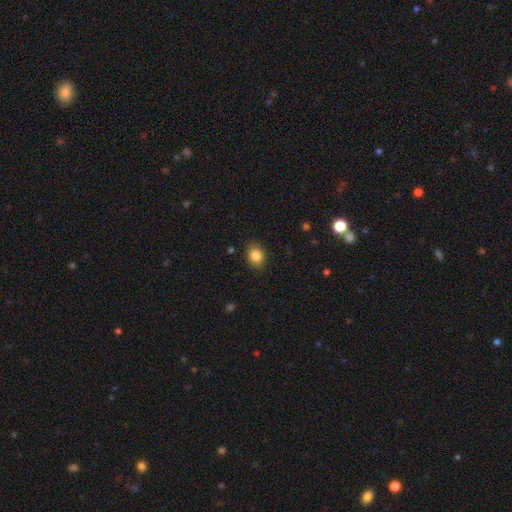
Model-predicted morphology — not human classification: Q: Smooth or featured?
A: smooth (84%); runner-up: star or artifact (9%)
Q: How rounded?
A: in between (60%); runner-up: round (39%)
Q: Merging?
A: none (87%); runner-up: minor disturbance (10%)